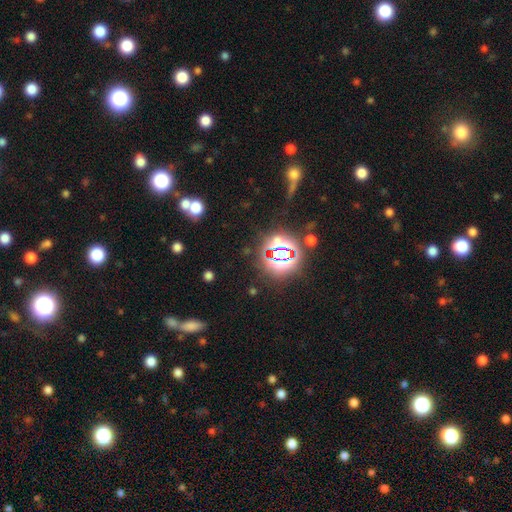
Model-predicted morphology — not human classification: smooth_or_featured: star or artifact (p=0.77) [alt: smooth p=0.15]